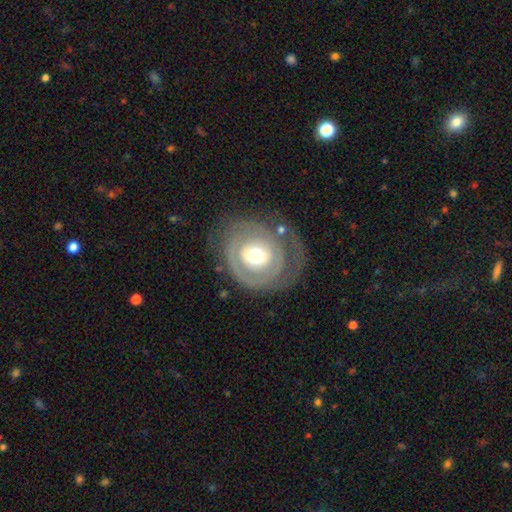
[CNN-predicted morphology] This is likely a featured or disk galaxy (67%). It is clearly not viewed edge-on (96%). Bar: likely no (75%). Spiral arm pattern: possibly yes (53%). Central bulge: possibly moderate (60%). Merging: likely none (62%).